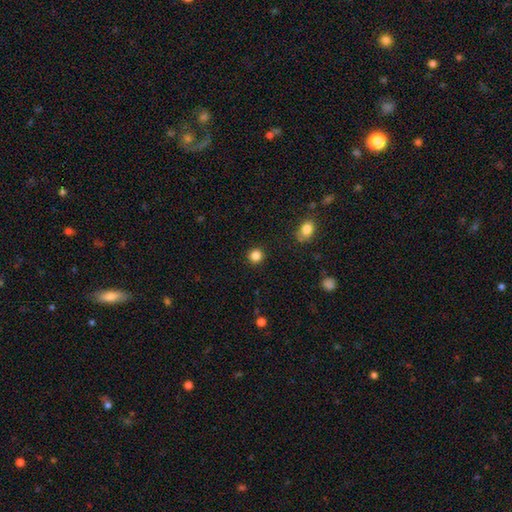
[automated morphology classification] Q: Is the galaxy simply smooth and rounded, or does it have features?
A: smooth — 85%.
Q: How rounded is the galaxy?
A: round — 93%.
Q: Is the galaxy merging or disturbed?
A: none — 91%.